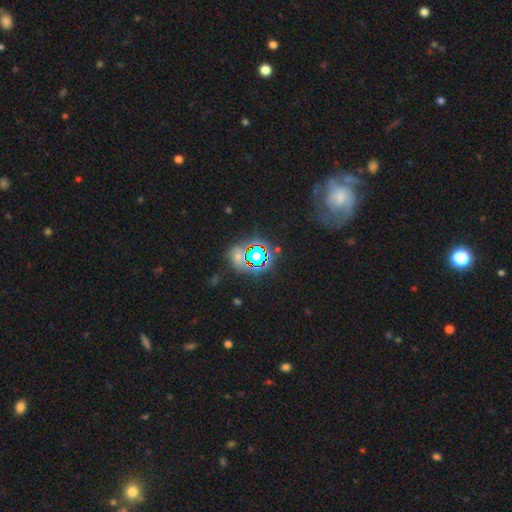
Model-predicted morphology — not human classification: A star or artifact, not a galaxy (64%).

Vote fractions:
- Smooth or featured? star or artifact: 64% / smooth: 25% / featured or disk: 12%